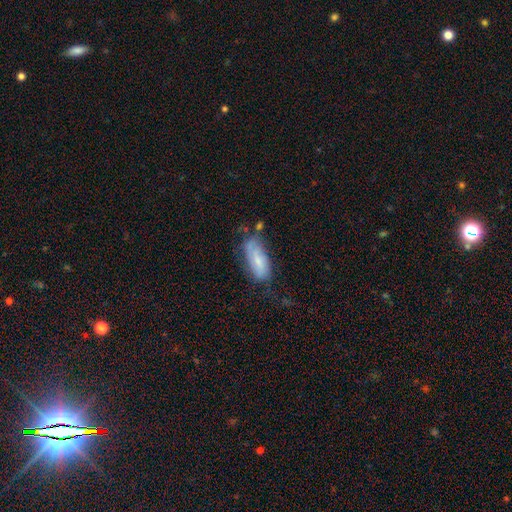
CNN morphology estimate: Smooth or featured? Predicted: smooth (p=0.63). How rounded? Predicted: in between (p=0.74). Merging? Predicted: none (p=0.53).